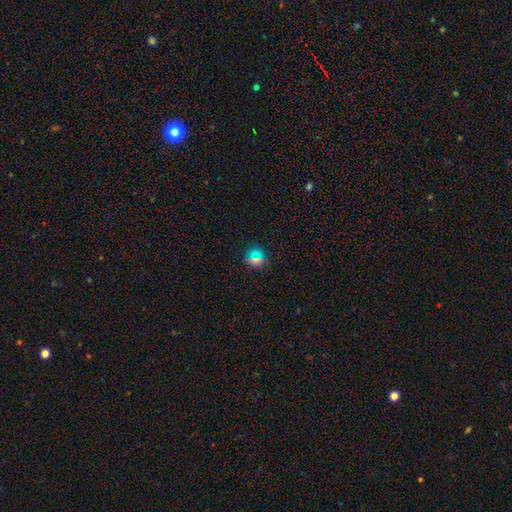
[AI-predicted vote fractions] smooth 70%, star or artifact 24%, featured or disk 7%. Down the decision tree: how rounded — round (86%); merging — none (87%).